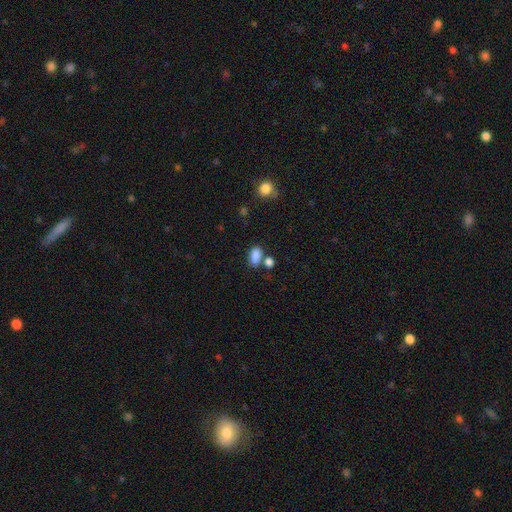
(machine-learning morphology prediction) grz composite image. It shows a smooth galaxy with no disk features (85%) that is in between round and cigar-shaped (89%). Merging: none (54%).